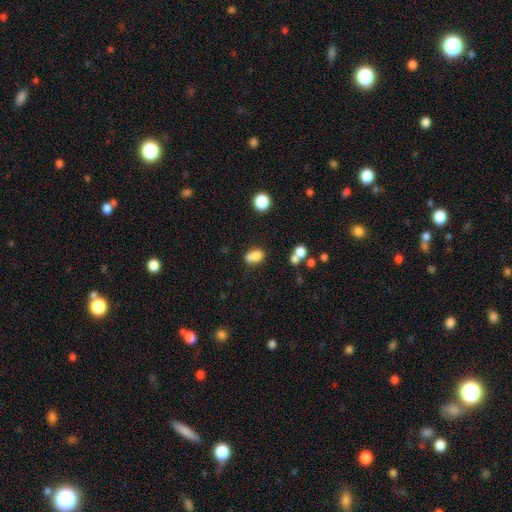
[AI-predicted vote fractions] smooth-or-featured: smooth: 76% | featured or disk: 12% | star or artifact: 12%
  how-rounded: in between: 68% | round: 30% | cigar-shaped: 2%
  merging: none: 40% | merger: 39% | minor disturbance: 15% | major disturbance: 6%